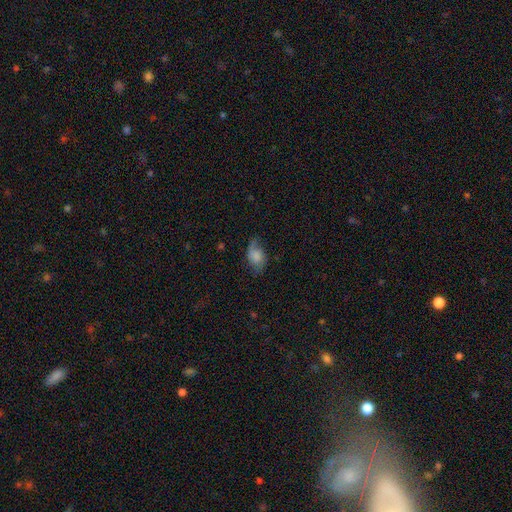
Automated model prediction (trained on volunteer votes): Smooth or featured: smooth — 56% (featured or disk — 35%)
How rounded: in between — 84% (round — 14%)
Merging: none — 56% (minor disturbance — 29%)